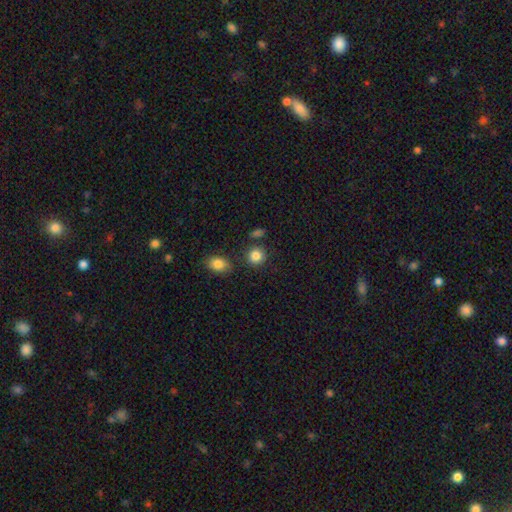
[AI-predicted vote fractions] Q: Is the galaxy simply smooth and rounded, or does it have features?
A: smooth — 85%.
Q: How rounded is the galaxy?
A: round — 85%.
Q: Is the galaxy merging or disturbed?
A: none — 80%.